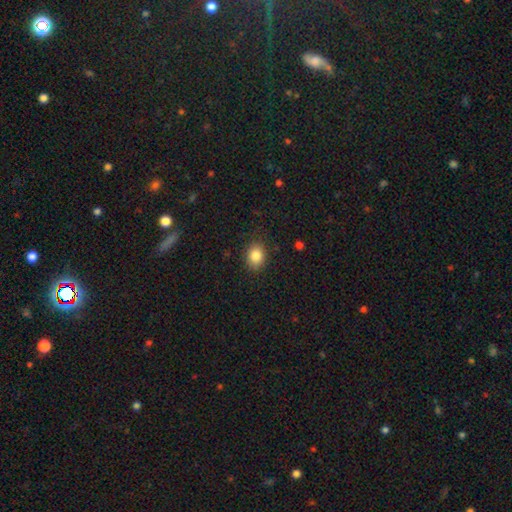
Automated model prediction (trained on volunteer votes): A smooth galaxy with no disk features (85%) that is in between round and cigar-shaped (58%).

Vote fractions:
- Smooth or featured? smooth: 85% / star or artifact: 9% / featured or disk: 6%
- How rounded? in between: 58% / round: 41% / cigar-shaped: 1%
- Merging? none: 85% / minor disturbance: 11% / major disturbance: 3% / merger: 1%